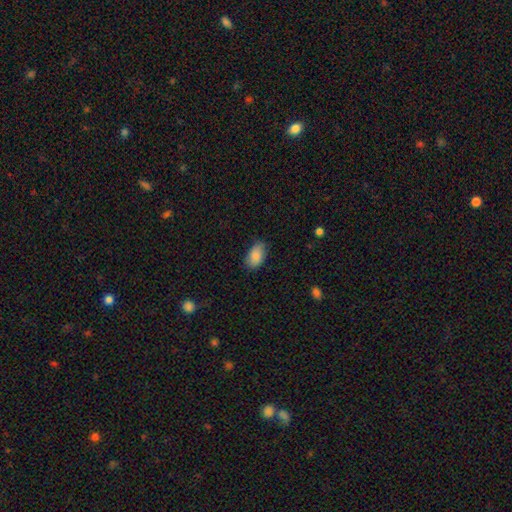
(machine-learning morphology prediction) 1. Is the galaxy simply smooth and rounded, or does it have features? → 87% smooth, 7% star or artifact, 6% featured or disk.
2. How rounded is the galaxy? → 93% in between, 5% round, 2% cigar-shaped.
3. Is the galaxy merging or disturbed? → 77% none, 18% minor disturbance, 4% major disturbance, 1% merger.